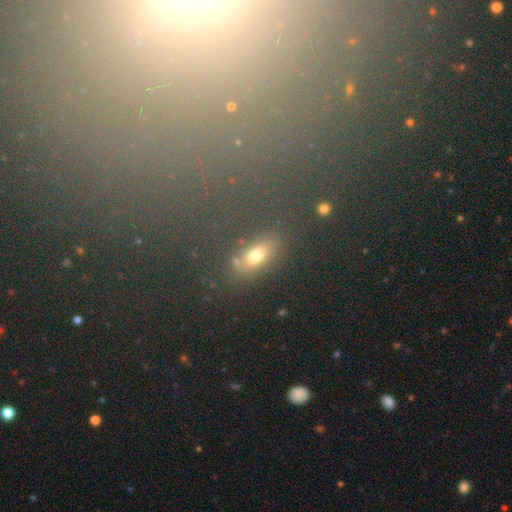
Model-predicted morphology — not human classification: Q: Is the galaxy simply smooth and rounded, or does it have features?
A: smooth — 67%.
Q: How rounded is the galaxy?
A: in between — 73%.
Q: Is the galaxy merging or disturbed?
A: none — 75%.